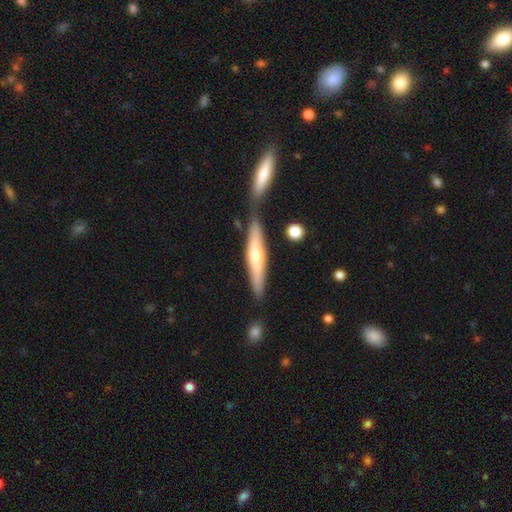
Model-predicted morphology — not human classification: A featured or disk galaxy (54%) viewed edge-on (89%).

Vote fractions:
- Smooth or featured? featured or disk: 54% / smooth: 39% / star or artifact: 7%
- Edge-on disk? yes: 89% / no: 11%
- Merging? none: 67% / merger: 18% / minor disturbance: 12% / major disturbance: 3%